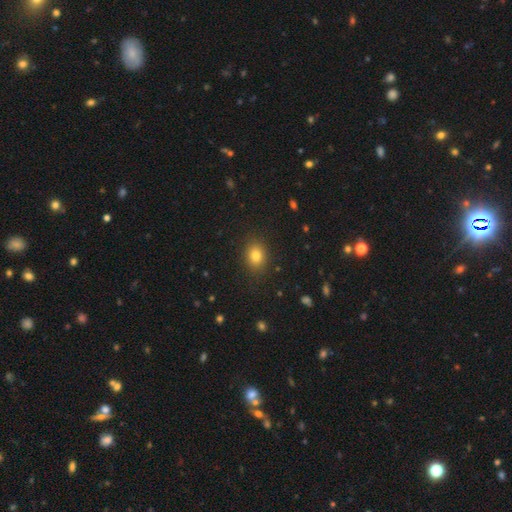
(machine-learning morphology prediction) smooth 81%, star or artifact 13%, featured or disk 7%. Down the decision tree: how rounded — round (51%); merging — none (88%).